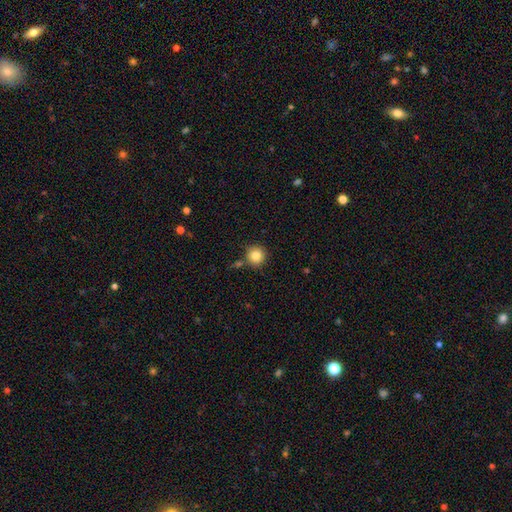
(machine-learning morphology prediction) This appears to be a smooth galaxy with no disk features (83%) that is round (94%). Merging: none (82%).